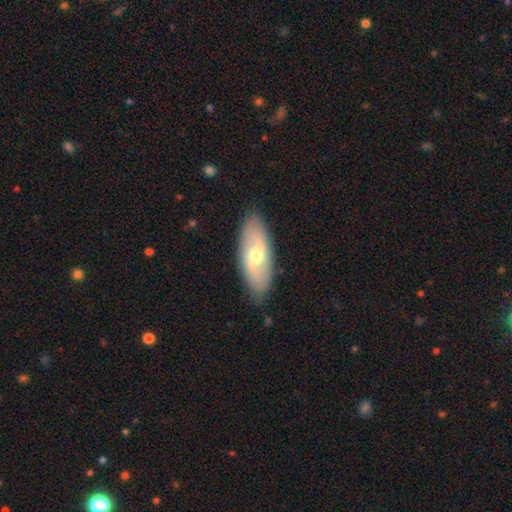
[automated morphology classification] This appears to be a featured or disk galaxy (52%). Merging: none (86%).